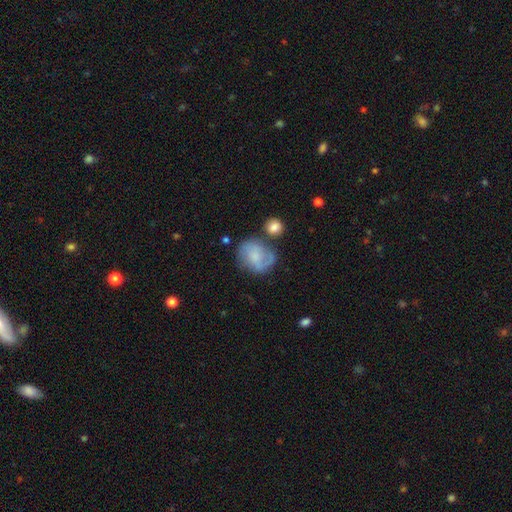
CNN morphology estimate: Smooth or featured? Predicted: featured or disk (p=0.51). Edge-on disk? Predicted: no (p=0.97). Merging? Predicted: none (p=0.57).